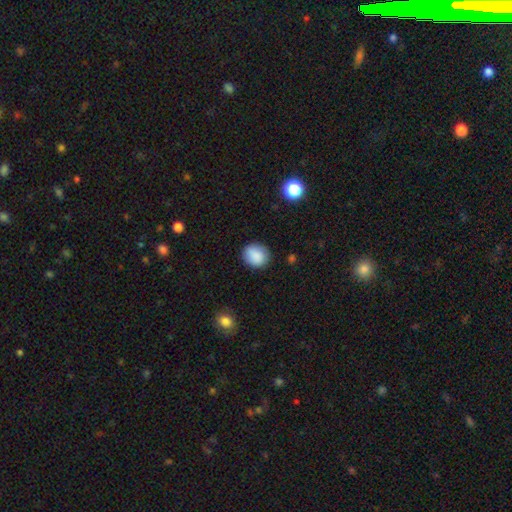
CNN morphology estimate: Smooth or featured? smooth (86%)
How rounded? round (70%)
Merging? none (81%)